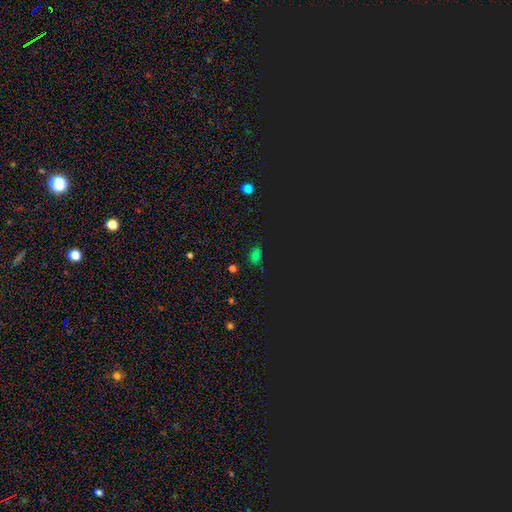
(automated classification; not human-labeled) Overall: smooth (52%; star or artifact 40%). How rounded: in between (78%). Merging: none (73%).